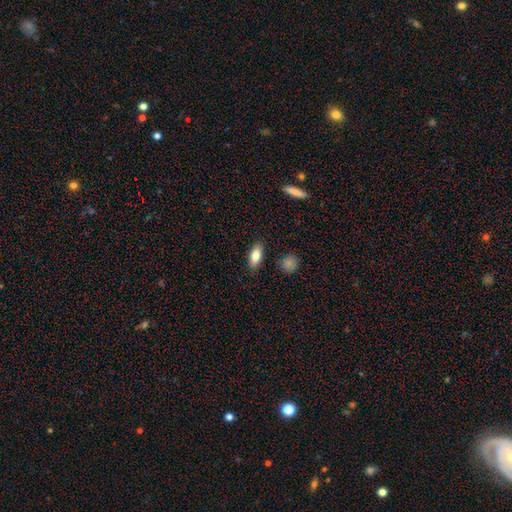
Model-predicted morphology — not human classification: A smooth galaxy with no disk features (83%) that is in between round and cigar-shaped (80%).

Vote fractions:
- Smooth or featured? smooth: 83% / featured or disk: 10% / star or artifact: 7%
- How rounded? in between: 80% / cigar-shaped: 17% / round: 3%
- Merging? none: 87% / minor disturbance: 9% / major disturbance: 2% / merger: 2%